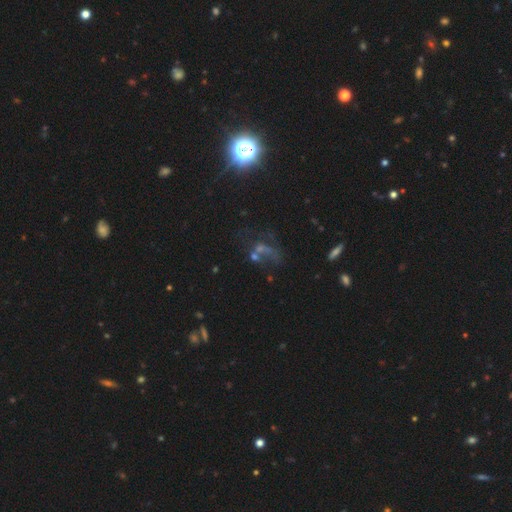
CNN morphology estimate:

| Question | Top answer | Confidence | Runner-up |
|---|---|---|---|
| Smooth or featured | star or artifact | 42% | featured or disk (33%) |